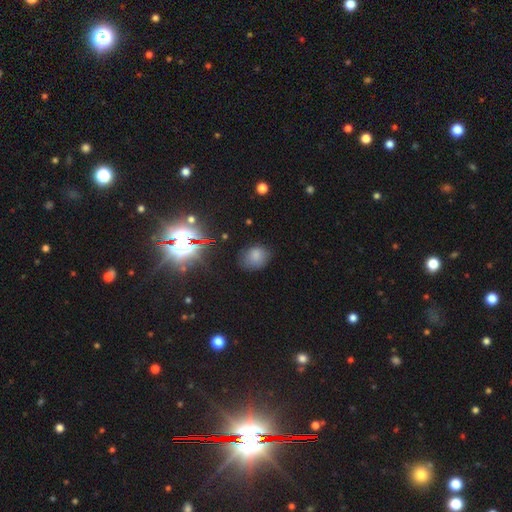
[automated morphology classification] Q: Smooth or featured?
A: smooth (74%); runner-up: star or artifact (18%)
Q: How rounded?
A: in between (52%); runner-up: round (47%)
Q: Merging?
A: none (73%); runner-up: minor disturbance (20%)